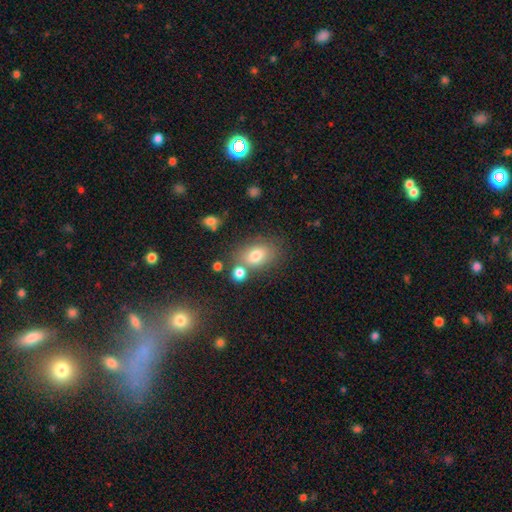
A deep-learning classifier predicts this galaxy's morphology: This appears to be a smooth galaxy with no disk features (76%) that is in between round and cigar-shaped (74%). Merging: none (61%).